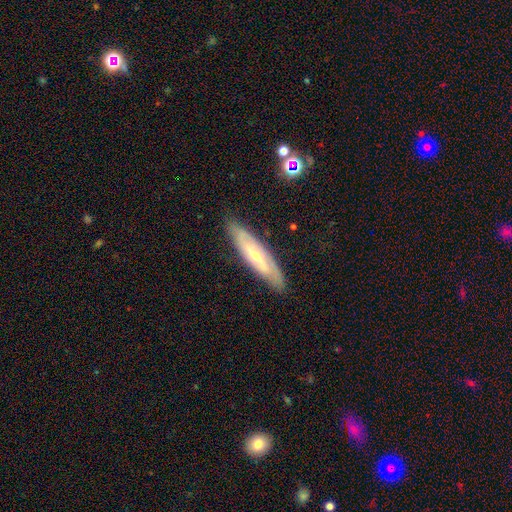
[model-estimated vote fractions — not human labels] Overall: featured or disk (65%; smooth 28%). Edge-on disk: no (61%; yes 39%). Merging: none (83%).